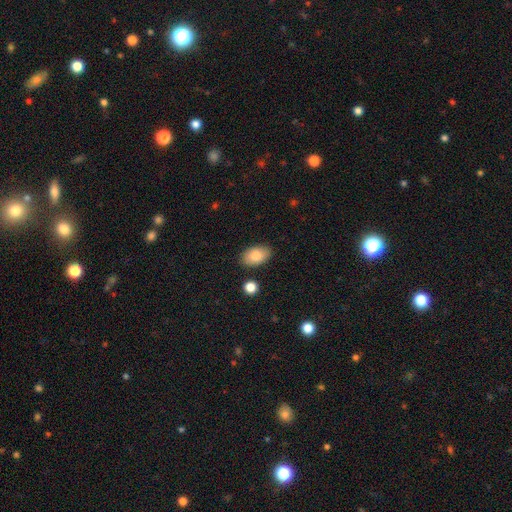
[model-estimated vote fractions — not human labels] A smooth galaxy with no disk features (84%) that is in between round and cigar-shaped (92%).

Vote fractions:
- Smooth or featured? smooth: 84% / featured or disk: 9% / star or artifact: 7%
- How rounded? in between: 92% / round: 6% / cigar-shaped: 1%
- Merging? none: 86% / minor disturbance: 10% / merger: 2% / major disturbance: 2%